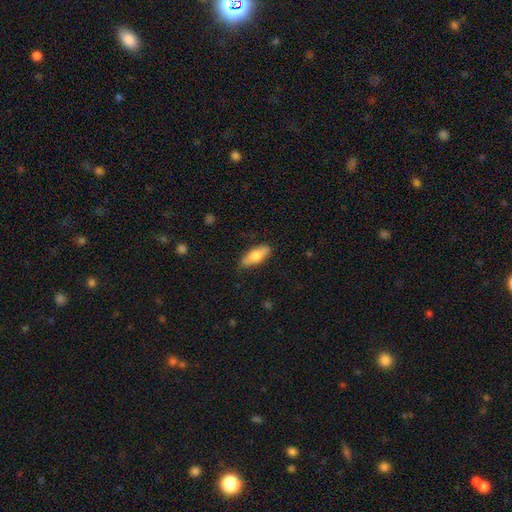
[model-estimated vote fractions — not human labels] smooth_or_featured: smooth (p=0.72) [alt: featured or disk p=0.22]
how_rounded: in between (p=0.72) [alt: cigar-shaped p=0.26]
merging: none (p=0.83) [alt: minor disturbance p=0.13]